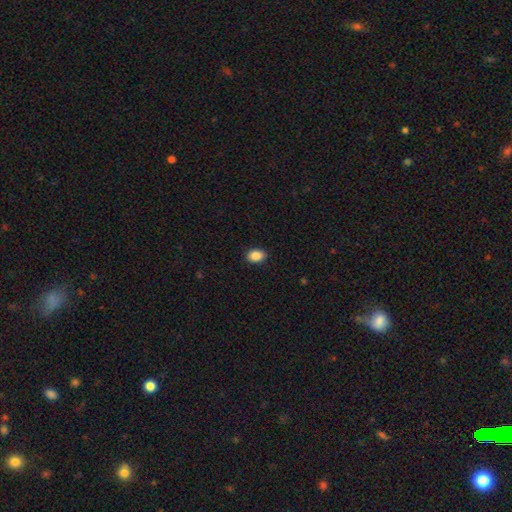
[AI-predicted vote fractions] Smooth or featured? Predicted: smooth (p=0.88). How rounded? Predicted: in between (p=0.78). Merging? Predicted: none (p=0.89).